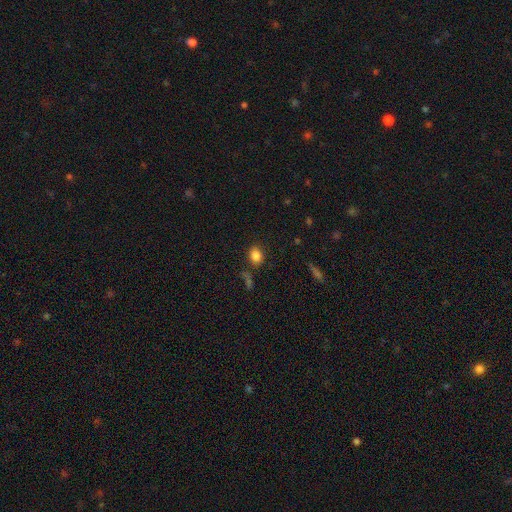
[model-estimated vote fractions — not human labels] Q: Smooth or featured?
A: smooth (84%); runner-up: star or artifact (11%)
Q: How rounded?
A: in between (59%); runner-up: round (39%)
Q: Merging?
A: none (77%); runner-up: minor disturbance (13%)